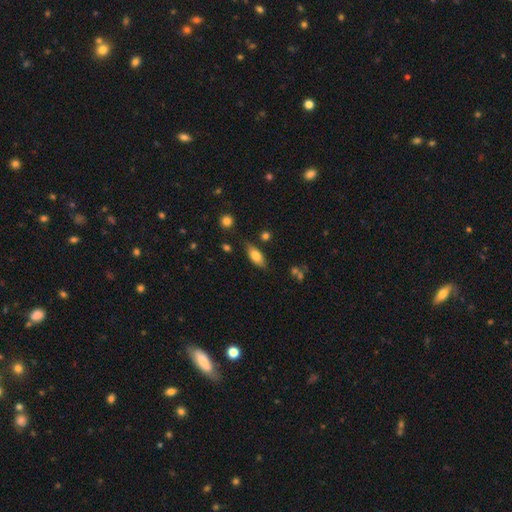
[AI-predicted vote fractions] smooth 74%, featured or disk 19%, star or artifact 7%. Down the decision tree: how rounded — in between (81%); merging — none (76%).